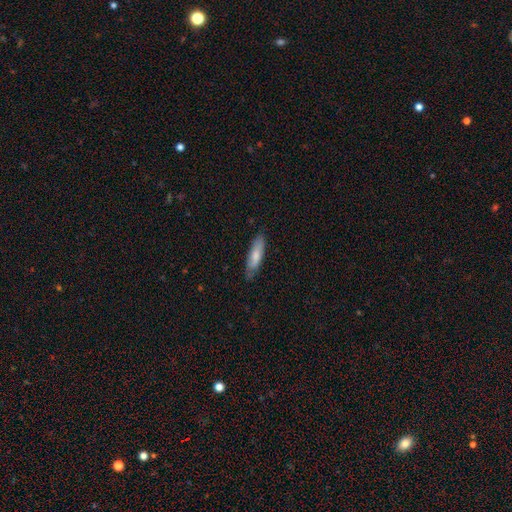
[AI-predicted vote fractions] Smooth or featured? smooth (73%)
How rounded? cigar-shaped (61%)
Merging? none (77%)